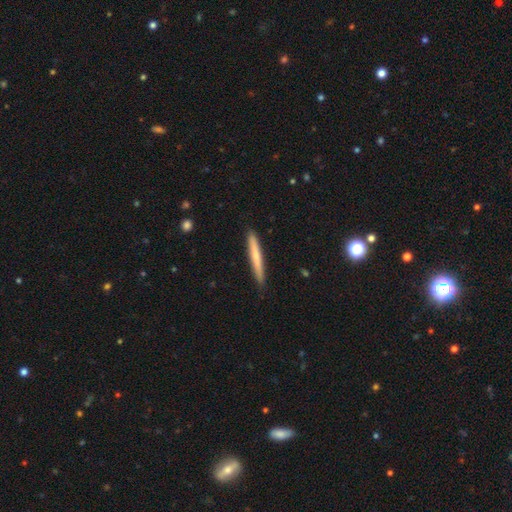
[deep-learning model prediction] Smooth or featured? smooth (65%)
How rounded? cigar-shaped (96%)
Merging? none (88%)